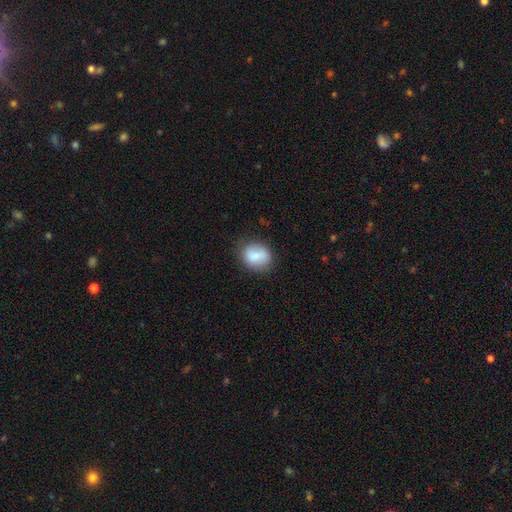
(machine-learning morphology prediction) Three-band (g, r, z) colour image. It shows a smooth galaxy with no disk features (80%) that is round (56%). Merging: none (73%).